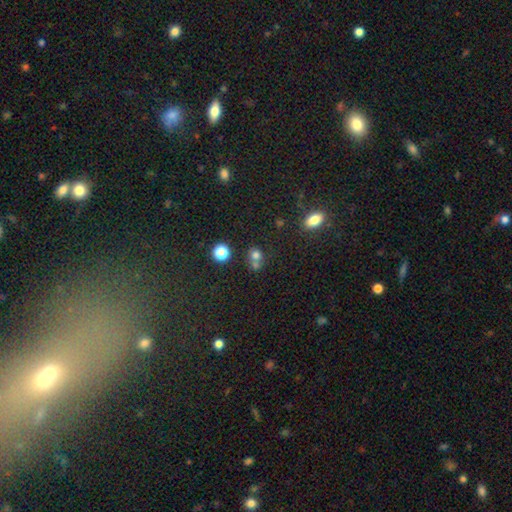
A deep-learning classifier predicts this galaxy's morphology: The model was most divided on "merging": merger: 46%, none: 41%, minor disturbance: 9%, major disturbance: 4%. More confident: how rounded — round (72%); smooth or featured — smooth (72%).